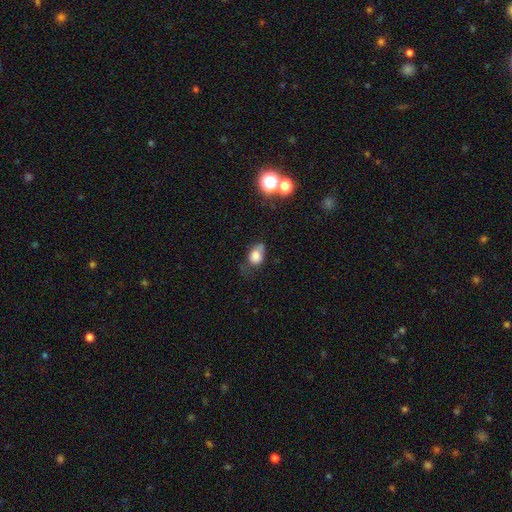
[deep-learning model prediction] The model was most divided on "merging" (2-way tie): minor disturbance: 35%, none: 35%, major disturbance: 23%, merger: 7%. More confident: smooth or featured — smooth (76%); how rounded — in between (69%).